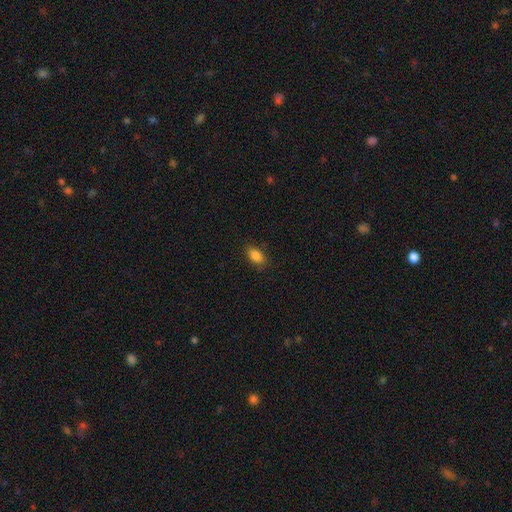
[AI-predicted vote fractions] smooth 86%, star or artifact 9%, featured or disk 5%. Down the decision tree: how rounded — in between (89%); merging — none (85%).